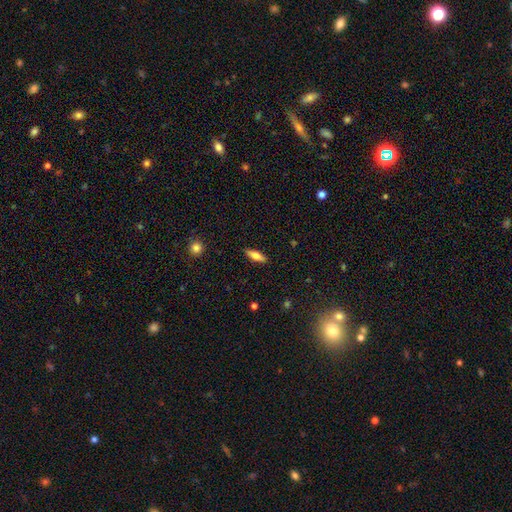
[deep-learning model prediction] Smooth or featured?
  - smooth: 68% *
  - featured or disk: 26%
  - star or artifact: 7%
How rounded?
  - in between: 54% *
  - cigar-shaped: 44%
  - round: 3%
Merging?
  - none: 89% *
  - minor disturbance: 8%
  - major disturbance: 2%
  - merger: 1%